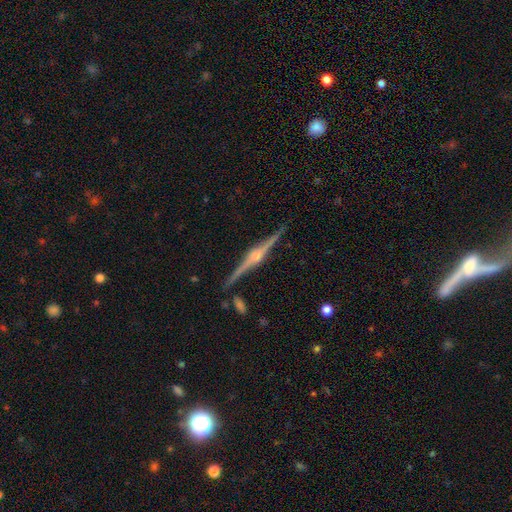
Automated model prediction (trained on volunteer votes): A featured or disk galaxy (90%) viewed edge-on (98%) with a rounded central bulge (86%).

Vote fractions:
- Smooth or featured? featured or disk: 90% / smooth: 5% / star or artifact: 5%
- Edge-on disk? yes: 98% / no: 2%
- Edge-on bulge? rounded: 86% / boxy: 10% / none: 4%
- Merging? none: 89% / minor disturbance: 7% / merger: 2% / major disturbance: 2%